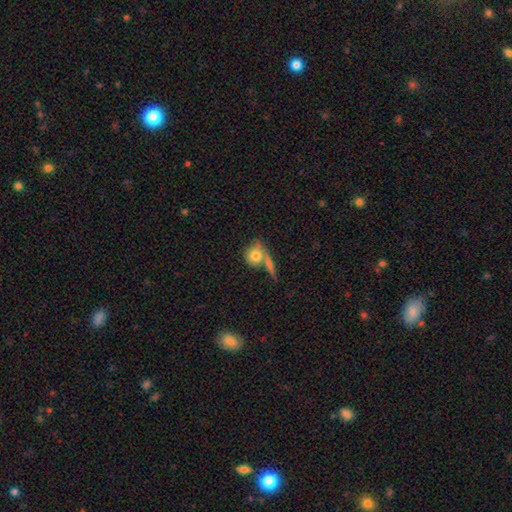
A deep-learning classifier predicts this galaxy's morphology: Q: Smooth or featured?
A: smooth (75%); runner-up: featured or disk (17%)
Q: How rounded?
A: round (72%); runner-up: in between (25%)
Q: Merging?
A: none (45%); runner-up: merger (35%)